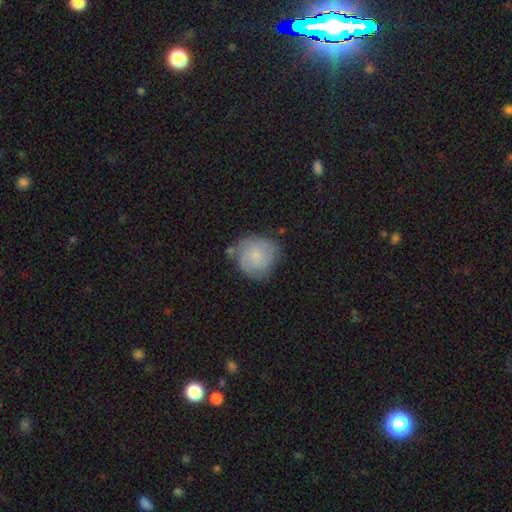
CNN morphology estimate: Smooth or featured? smooth (53%)
How rounded? round (85%)
Merging? none (63%)